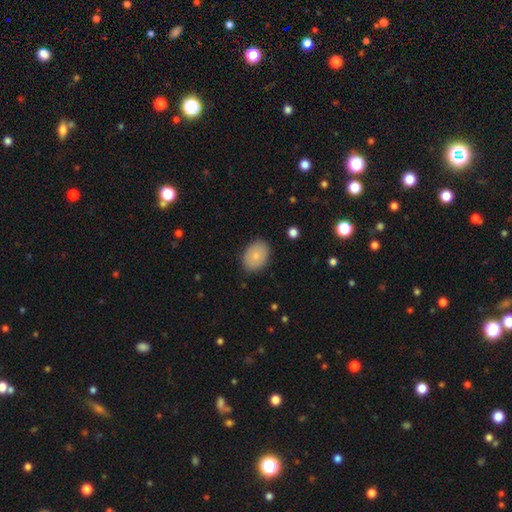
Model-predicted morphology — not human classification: Overall: smooth (80%). How rounded: in between (72%). Merging: none (85%).